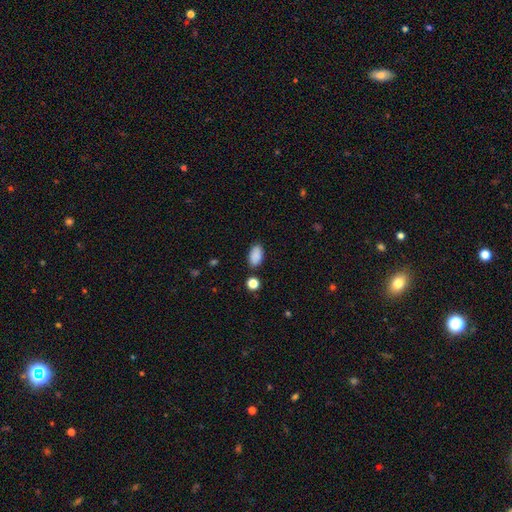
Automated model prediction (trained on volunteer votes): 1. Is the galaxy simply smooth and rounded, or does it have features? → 88% smooth, 8% star or artifact, 4% featured or disk.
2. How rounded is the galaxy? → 93% in between, 5% round, 2% cigar-shaped.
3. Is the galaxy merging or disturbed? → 82% none, 12% minor disturbance, 4% merger, 3% major disturbance.